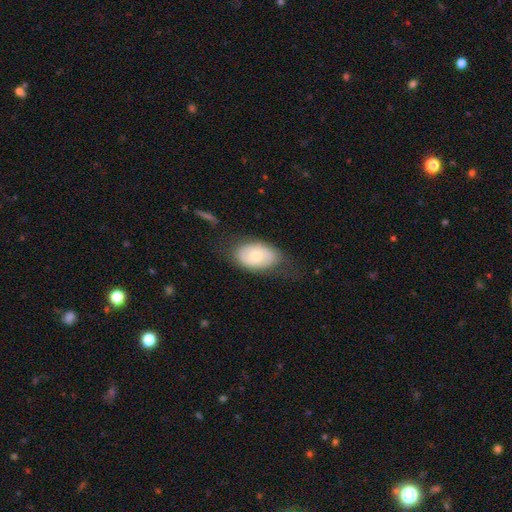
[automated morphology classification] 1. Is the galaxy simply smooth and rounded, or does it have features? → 64% smooth, 29% featured or disk, 7% star or artifact.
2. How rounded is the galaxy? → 88% in between, 11% round, 1% cigar-shaped.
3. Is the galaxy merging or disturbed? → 65% none, 23% minor disturbance, 11% major disturbance, 2% merger.